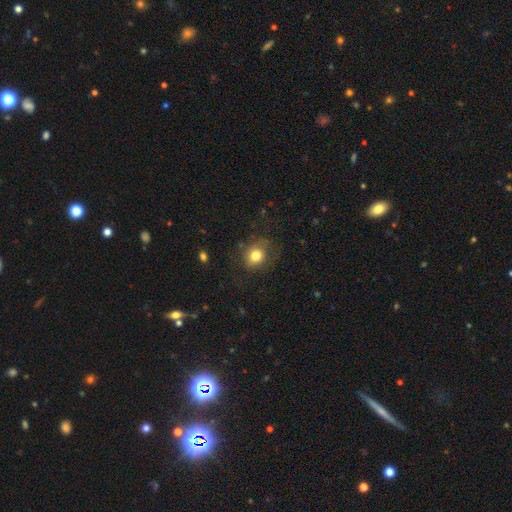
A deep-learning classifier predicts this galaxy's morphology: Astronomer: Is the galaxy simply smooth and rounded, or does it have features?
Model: smooth — 79%.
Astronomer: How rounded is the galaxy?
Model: round — 65%.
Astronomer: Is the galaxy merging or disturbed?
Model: none — 72%.